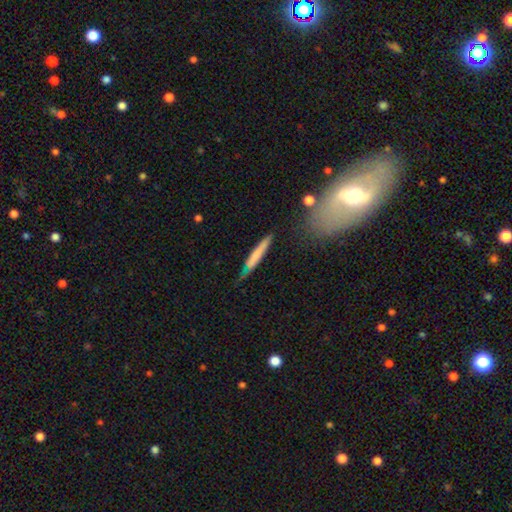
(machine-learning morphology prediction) This appears to be a smooth galaxy with no disk features (64%) that is cigar-shaped (93%). Merging: none (64%).